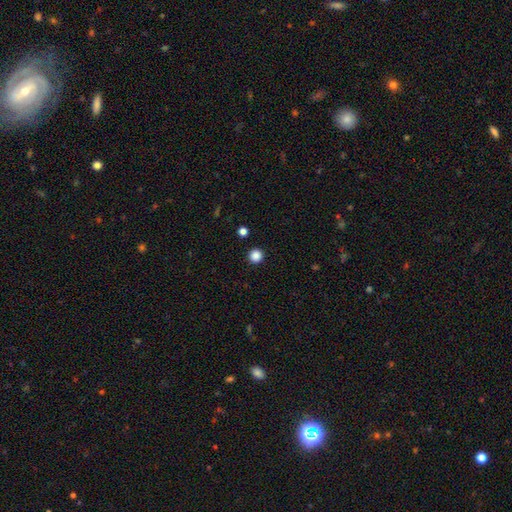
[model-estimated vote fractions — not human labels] smooth_or_featured: smooth (p=0.87) [alt: star or artifact p=0.11]
how_rounded: round (p=0.96) [alt: in between p=0.03]
merging: none (p=0.93) [alt: minor disturbance p=0.04]